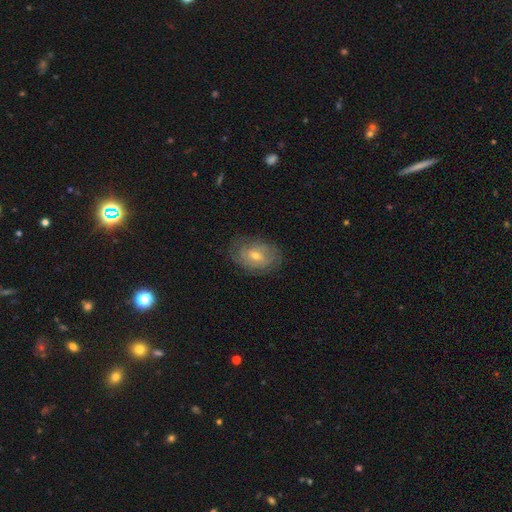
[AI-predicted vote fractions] Smooth or featured: featured or disk — 66% (smooth — 26%)
Edge-on disk: no — 95% (yes — 5%)
Bar: no — 45% (tied with weak — 45%)
Spiral arms: yes — 80% (no — 20%)
Spiral winding: tight — 65% (medium — 26%)
Spiral arm count: can't tell — 51% (2 — 27%)
Bulge size: moderate — 54% (small — 42%)
Merging: none — 76% (minor disturbance — 17%)